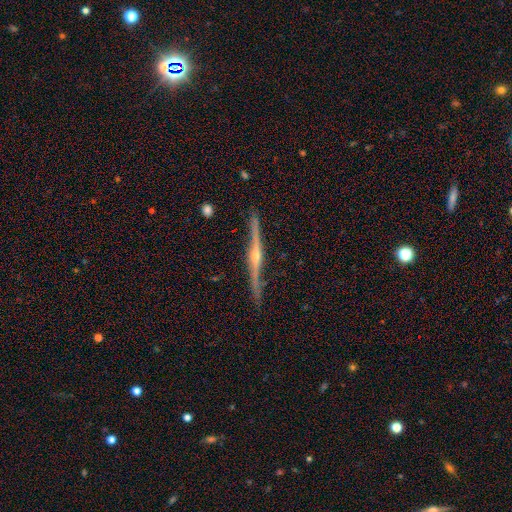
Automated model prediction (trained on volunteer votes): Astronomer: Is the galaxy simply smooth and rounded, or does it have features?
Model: featured or disk — 86%.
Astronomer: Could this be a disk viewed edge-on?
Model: yes — 97%.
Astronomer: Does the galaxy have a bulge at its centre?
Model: rounded — 88%.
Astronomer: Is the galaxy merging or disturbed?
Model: none — 86%.